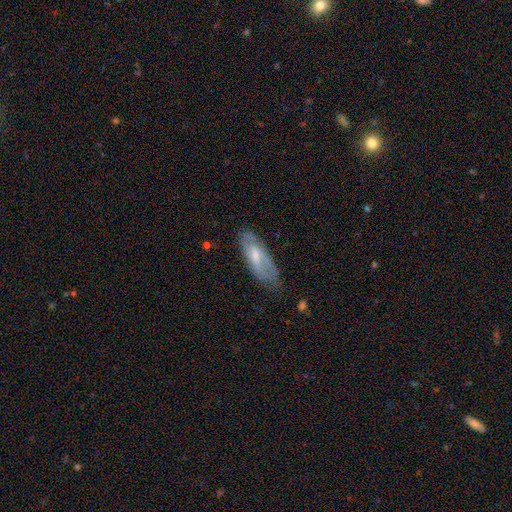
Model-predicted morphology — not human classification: Smooth or featured?
  - featured or disk: 49% *
  - smooth: 44%
  - star or artifact: 7%
Merging?
  - none: 61% *
  - minor disturbance: 28%
  - major disturbance: 9%
  - merger: 2%